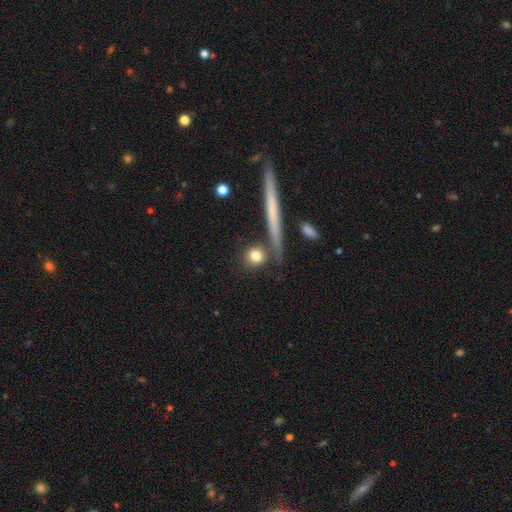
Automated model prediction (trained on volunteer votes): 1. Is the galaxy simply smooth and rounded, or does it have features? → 80% smooth, 12% featured or disk, 8% star or artifact.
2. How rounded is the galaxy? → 82% round, 11% in between, 8% cigar-shaped.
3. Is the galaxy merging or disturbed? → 77% none, 10% minor disturbance, 9% merger, 4% major disturbance.